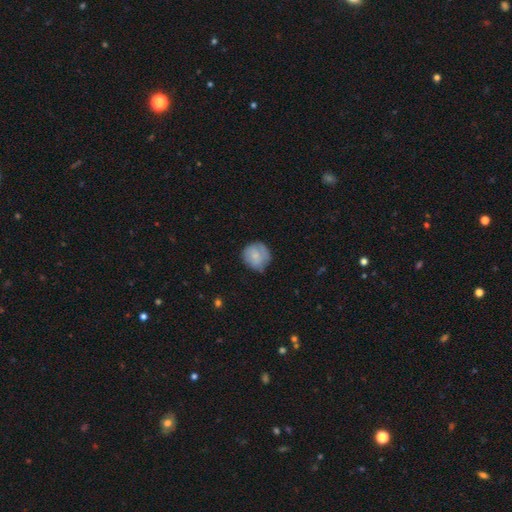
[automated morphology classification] smooth-or-featured: smooth: 70% | featured or disk: 22% | star or artifact: 7%
  how-rounded: round: 88% | in between: 11% | cigar-shaped: 1%
  merging: none: 64% | minor disturbance: 27% | major disturbance: 7% | merger: 2%